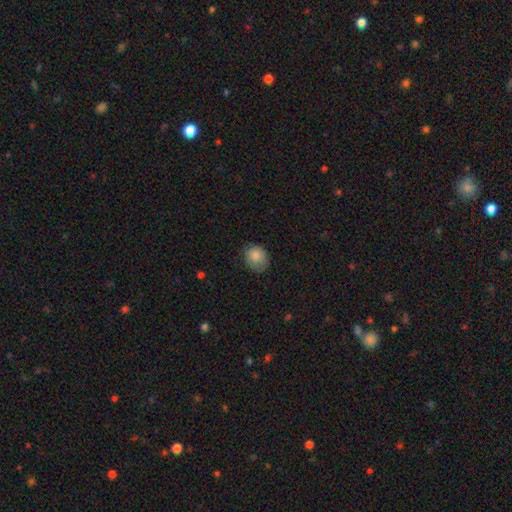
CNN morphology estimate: Smooth or featured? Predicted: smooth (p=0.82). How rounded? Predicted: round (p=0.64). Merging? Predicted: none (p=0.67).